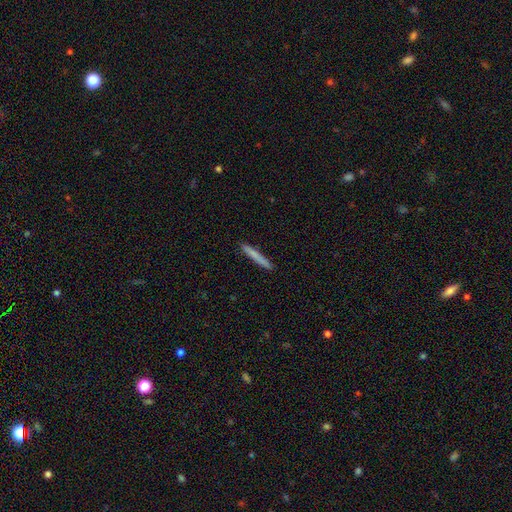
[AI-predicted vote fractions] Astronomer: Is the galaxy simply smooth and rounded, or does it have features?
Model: smooth — 74%.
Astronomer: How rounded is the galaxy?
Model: cigar-shaped — 97%.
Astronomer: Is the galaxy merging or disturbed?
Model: none — 92%.